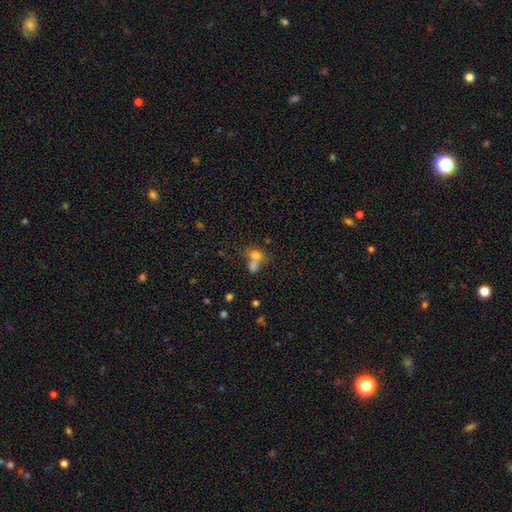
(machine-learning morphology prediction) type=smooth (71%); roundness=in between (49%, tied with round); merging=merger (64%).